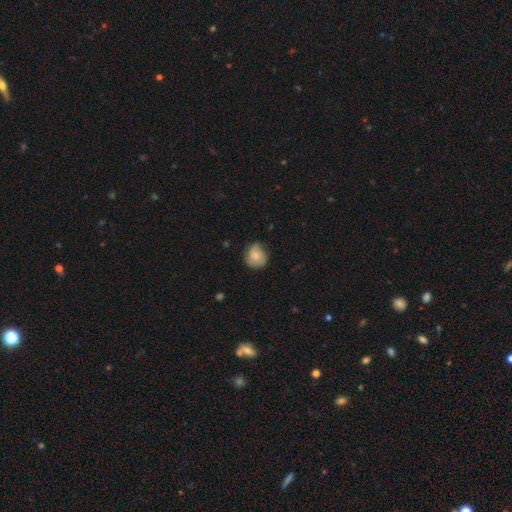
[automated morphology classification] The model was most divided on "merging": none: 66%, minor disturbance: 27%, major disturbance: 6%, merger: 1%. More confident: how rounded — round (82%); smooth or featured — smooth (67%).